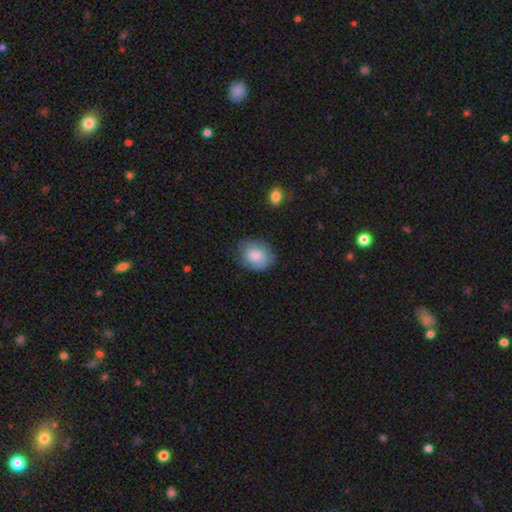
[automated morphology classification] Smooth or featured: smooth — 75% (featured or disk — 18%)
How rounded: round — 51% (in between — 48%)
Merging: none — 73% (minor disturbance — 20%)